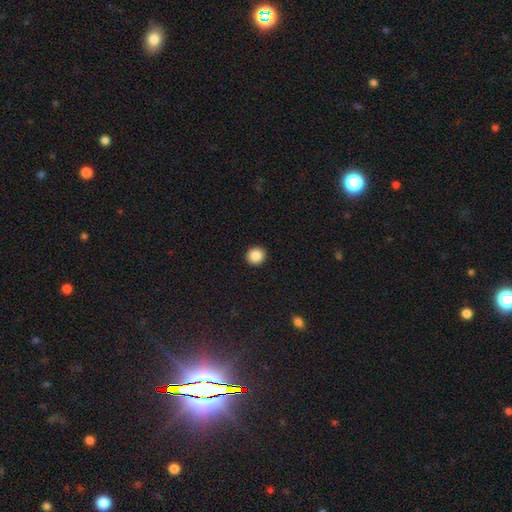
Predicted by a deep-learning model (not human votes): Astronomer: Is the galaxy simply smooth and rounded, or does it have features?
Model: smooth — 87%.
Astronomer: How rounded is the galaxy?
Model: round — 91%.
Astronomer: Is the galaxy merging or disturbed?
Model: none — 93%.